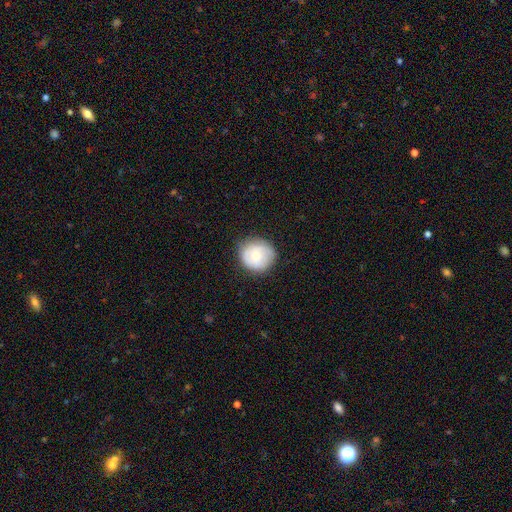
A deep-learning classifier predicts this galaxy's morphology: This is likely a smooth galaxy (61%). How rounded: clearly round (87%). Merging: likely none (79%).